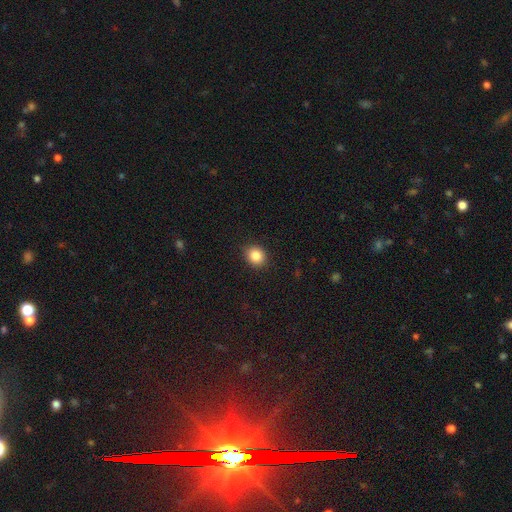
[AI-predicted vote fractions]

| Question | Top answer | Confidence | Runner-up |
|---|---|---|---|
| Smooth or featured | smooth | 86% | star or artifact (10%) |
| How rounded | round | 76% | in between (23%) |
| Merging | none | 89% | minor disturbance (8%) |